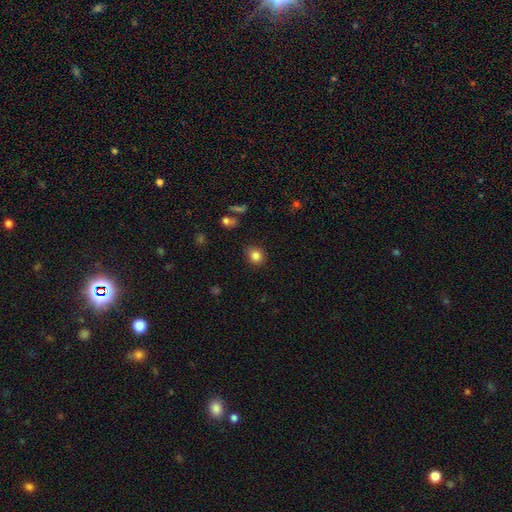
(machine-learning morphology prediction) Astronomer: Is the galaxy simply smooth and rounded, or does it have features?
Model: smooth — 83%.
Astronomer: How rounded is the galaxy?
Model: round — 68%.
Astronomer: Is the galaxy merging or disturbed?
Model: none — 85%.